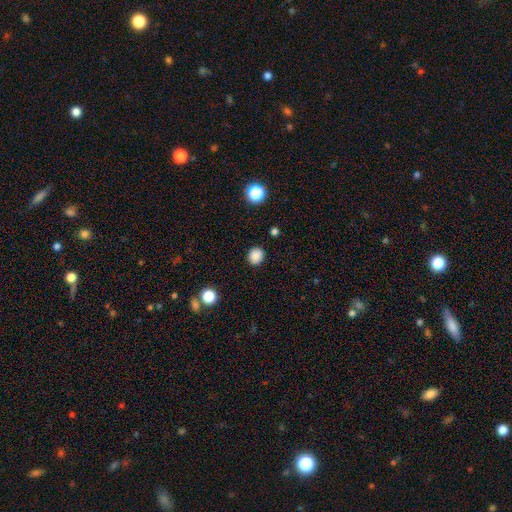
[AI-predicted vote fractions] This is clearly a smooth galaxy (86%). How rounded: clearly round (81%). Merging: clearly none (89%).